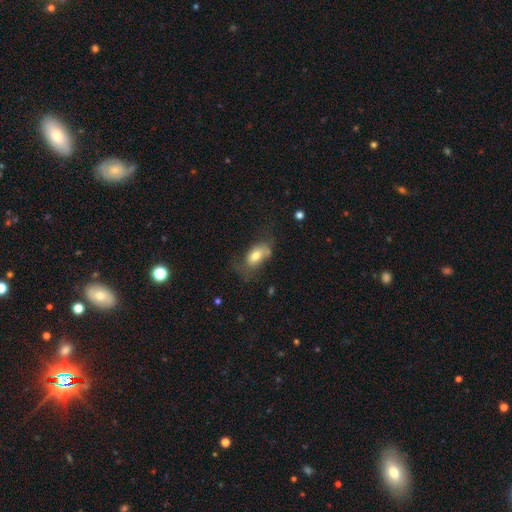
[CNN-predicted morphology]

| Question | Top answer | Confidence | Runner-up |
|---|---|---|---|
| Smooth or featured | smooth | 71% | featured or disk (20%) |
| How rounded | in between | 88% | round (8%) |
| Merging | none | 39% | minor disturbance (29%) |